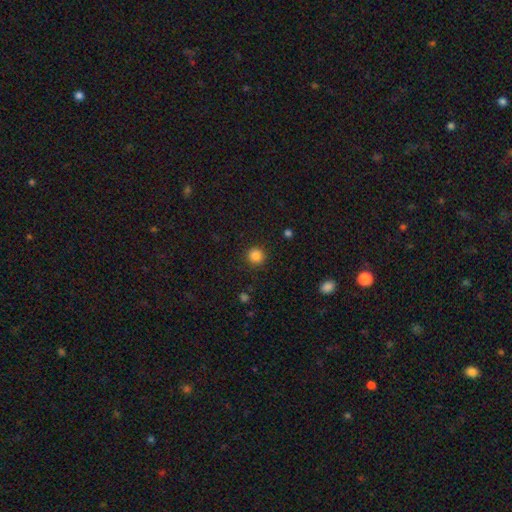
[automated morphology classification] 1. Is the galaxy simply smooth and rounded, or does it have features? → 85% smooth, 12% star or artifact, 3% featured or disk.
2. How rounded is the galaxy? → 93% round, 6% in between, 1% cigar-shaped.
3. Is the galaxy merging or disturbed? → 90% none, 7% minor disturbance, 3% major disturbance, 1% merger.